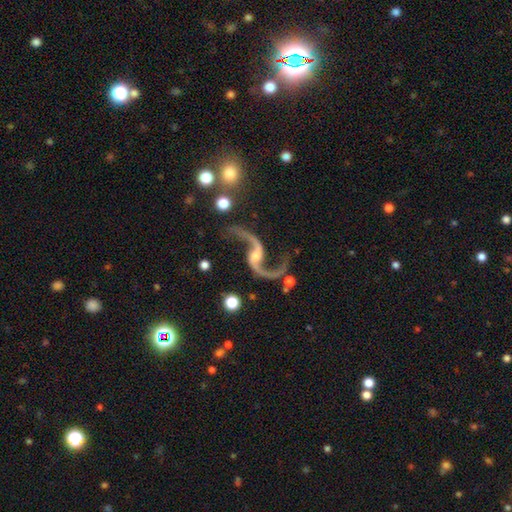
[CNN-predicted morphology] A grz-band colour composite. It shows a featured or disk galaxy (93%) with no bar (51%), 2 (95%) loose (93%) spiral arms (98%) and a small central bulge (46%). Merging: none (73%).